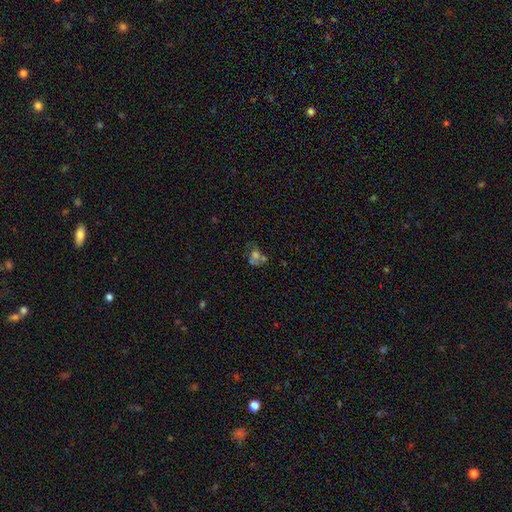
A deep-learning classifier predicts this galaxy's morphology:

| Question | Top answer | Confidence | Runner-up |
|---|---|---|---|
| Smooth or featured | smooth | 42% | featured or disk (35%) |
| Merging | merger | 37% | none (34%) |